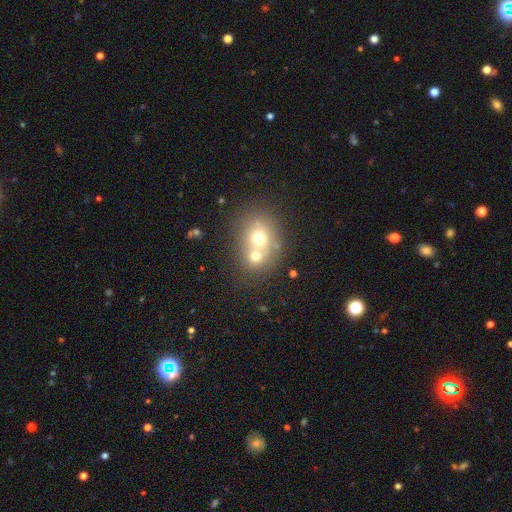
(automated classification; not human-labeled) A smooth galaxy with no disk features (63%) that is round (69%). Merging: merger (59%).